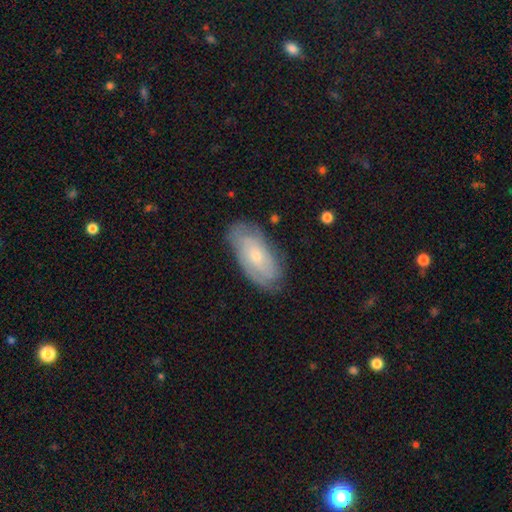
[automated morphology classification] Smooth or featured?
  - featured or disk: 54% *
  - smooth: 39%
  - star or artifact: 7%
Edge-on disk?
  - no: 90% *
  - yes: 10%
Merging?
  - none: 75% *
  - minor disturbance: 19%
  - major disturbance: 5%
  - merger: 1%